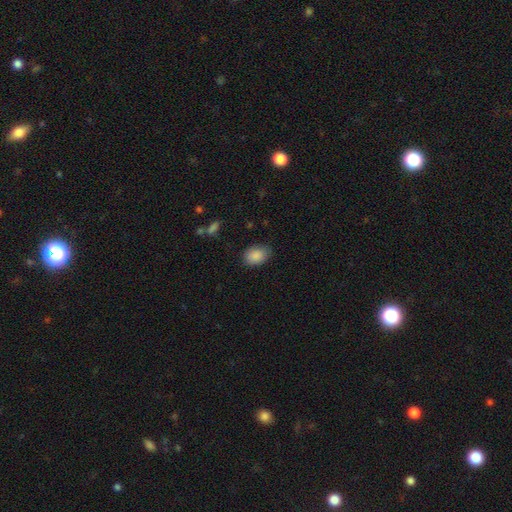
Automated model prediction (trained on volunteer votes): Morphology: type=smooth (88%); roundness=in between (74%); merging=none (76%).